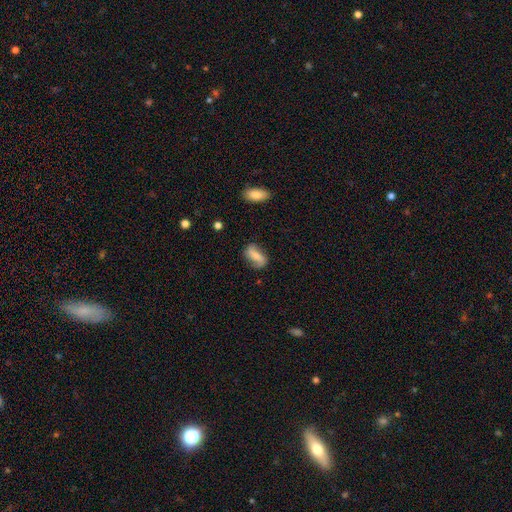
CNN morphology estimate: Smooth or featured?
  - smooth: 49% *
  - featured or disk: 43%
  - star or artifact: 8%
Merging?
  - none: 74% *
  - minor disturbance: 18%
  - major disturbance: 6%
  - merger: 2%